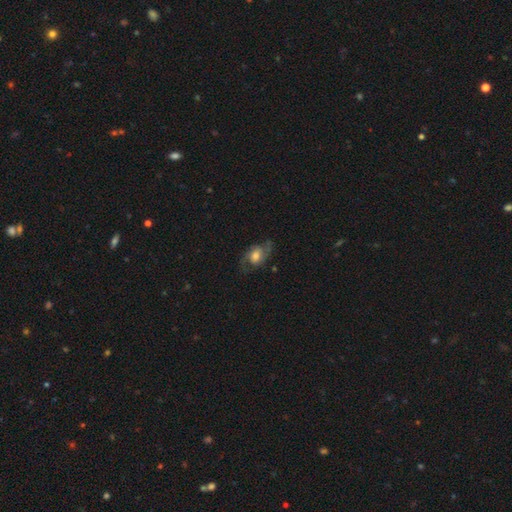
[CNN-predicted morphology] Smooth or featured: featured or disk — 68% (smooth — 24%)
Edge-on disk: no — 95% (yes — 5%)
Bar: no — 63% (weak — 31%)
Spiral arms: yes — 89% (no — 11%)
Spiral winding: loose — 44% (tied with medium — 44%)
Spiral arm count: 2 — 88% (can't tell — 5%)
Bulge size: moderate — 54% (large — 24%)
Merging: none — 69% (minor disturbance — 18%)